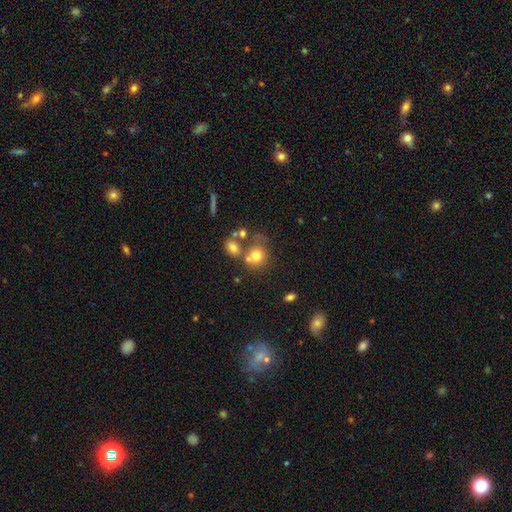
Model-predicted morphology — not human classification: type=smooth (72%); roundness=round (78%); merging=none (42%).